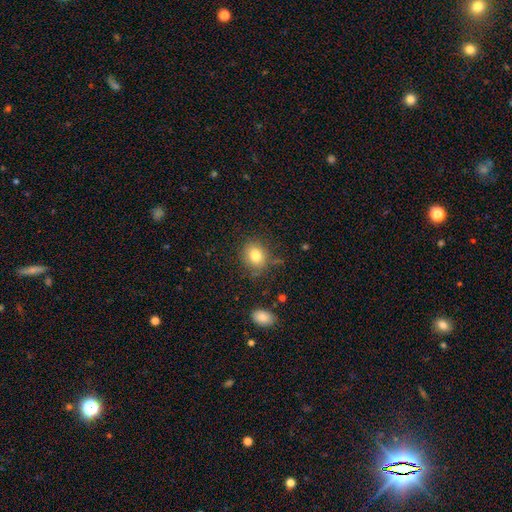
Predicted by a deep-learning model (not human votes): smooth_or_featured: smooth (p=0.81) [alt: star or artifact p=0.10]
how_rounded: round (p=0.64) [alt: in between p=0.35]
merging: none (p=0.78) [alt: minor disturbance p=0.15]